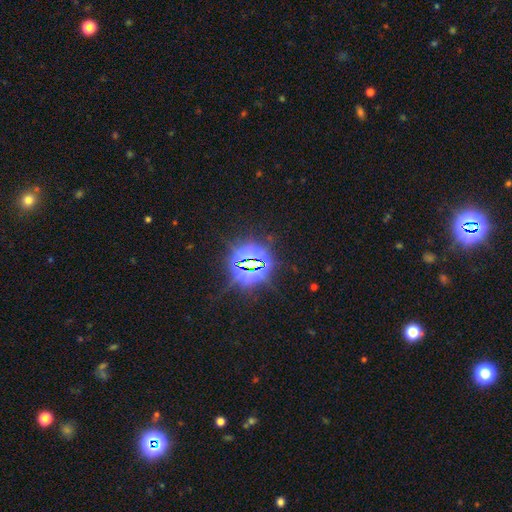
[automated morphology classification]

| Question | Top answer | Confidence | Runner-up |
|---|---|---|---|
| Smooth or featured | star or artifact | 83% | smooth (11%) |